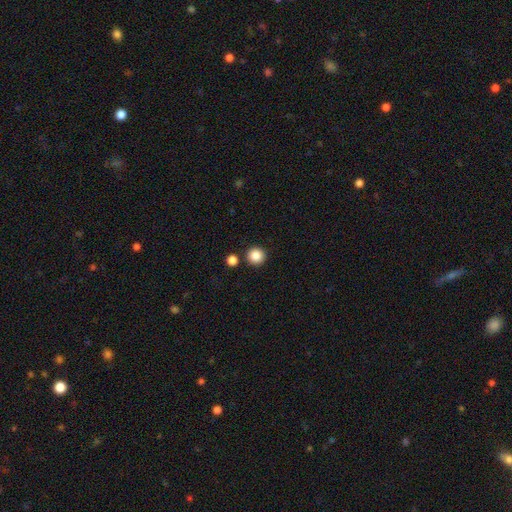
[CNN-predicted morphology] This is clearly a smooth galaxy (86%). How rounded: clearly round (95%). Merging: clearly none (88%).